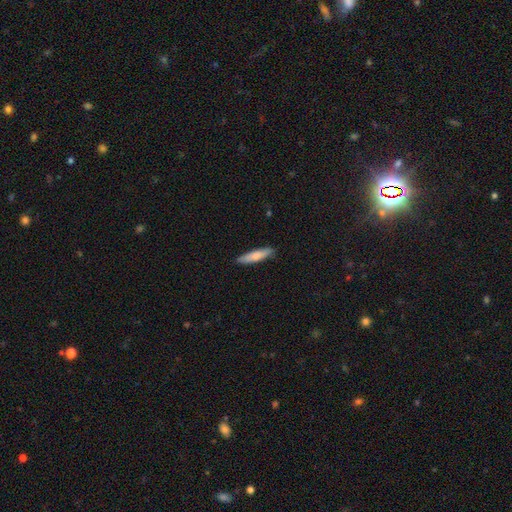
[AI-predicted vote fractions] Smooth or featured? Predicted: smooth (p=0.75). How rounded? Predicted: cigar-shaped (p=0.81). Merging? Predicted: none (p=0.89).